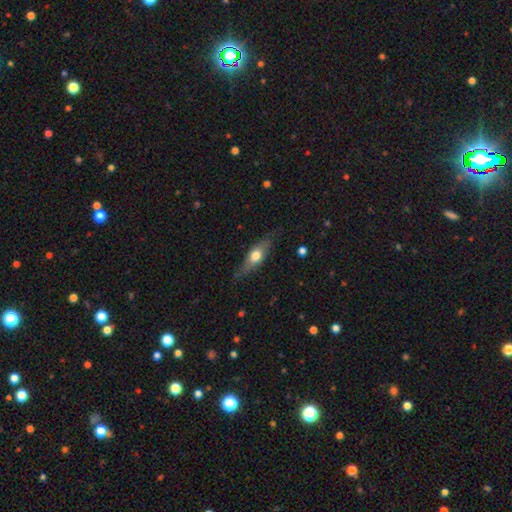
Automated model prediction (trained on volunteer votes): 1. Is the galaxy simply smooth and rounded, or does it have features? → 51% smooth, 43% featured or disk, 6% star or artifact.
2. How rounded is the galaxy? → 49% in between, 47% cigar-shaped, 4% round.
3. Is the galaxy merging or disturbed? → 76% none, 18% minor disturbance, 4% major disturbance, 1% merger.